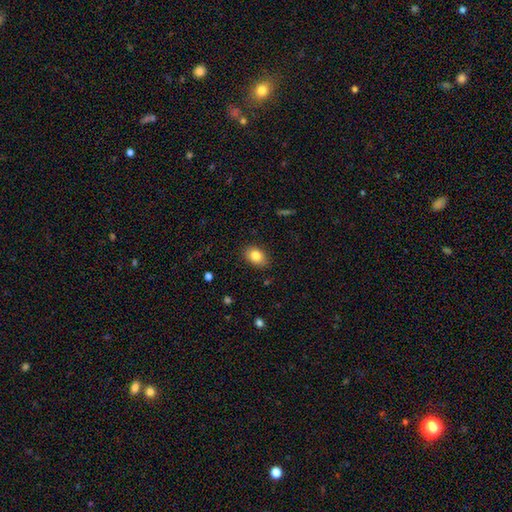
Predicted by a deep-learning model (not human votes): smooth-or-featured: smooth: 83% | featured or disk: 9% | star or artifact: 8%
  how-rounded: in between: 79% | round: 20% | cigar-shaped: 1%
  merging: none: 87% | minor disturbance: 10% | major disturbance: 2% | merger: 1%